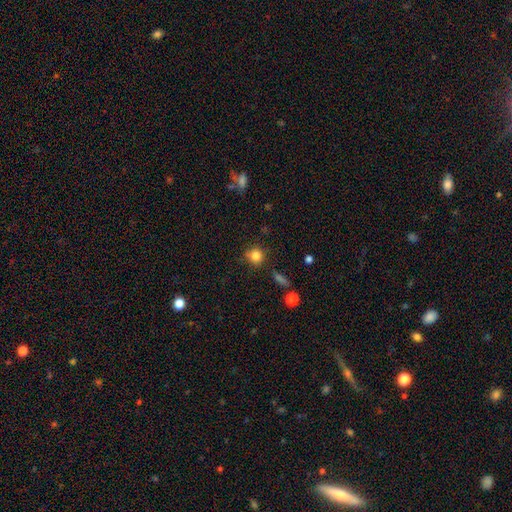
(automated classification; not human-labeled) smooth-or-featured: smooth: 83% | star or artifact: 12% | featured or disk: 6%
  how-rounded: round: 87% | in between: 12% | cigar-shaped: 1%
  merging: none: 76% | minor disturbance: 16% | major disturbance: 4% | merger: 4%